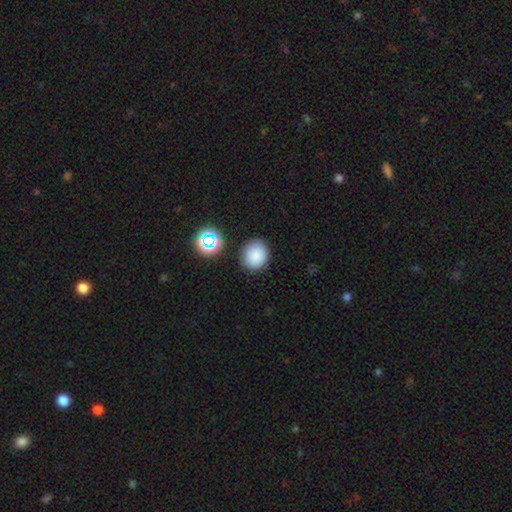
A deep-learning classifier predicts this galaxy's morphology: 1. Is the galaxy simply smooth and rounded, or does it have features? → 82% smooth, 12% star or artifact, 5% featured or disk.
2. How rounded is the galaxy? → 74% round, 25% in between, 1% cigar-shaped.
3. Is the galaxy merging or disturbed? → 84% none, 10% minor disturbance, 3% merger, 3% major disturbance.